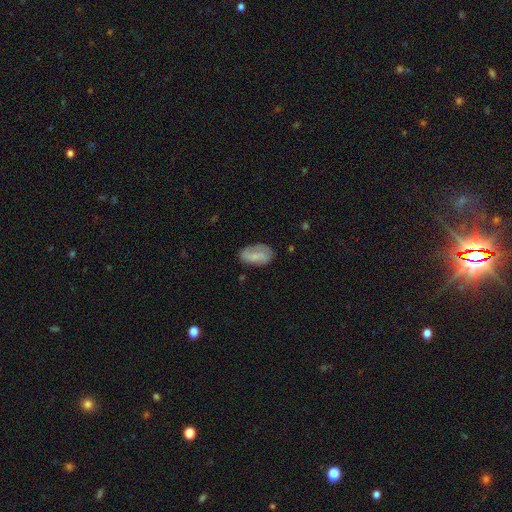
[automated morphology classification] type=smooth (60%); roundness=in between (92%); merging=none (70%).